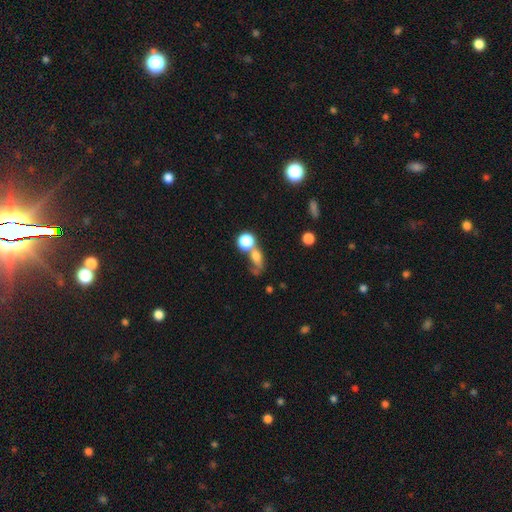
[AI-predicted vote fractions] Q: Smooth or featured?
A: smooth (68%); runner-up: star or artifact (16%)
Q: How rounded?
A: in between (48%); runner-up: round (45%)
Q: Merging?
A: merger (41%); runner-up: none (31%)